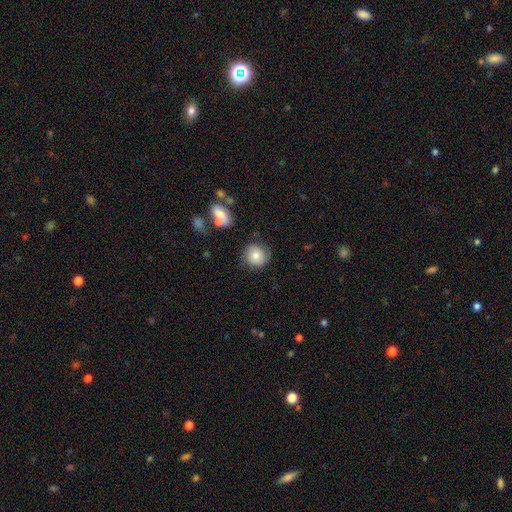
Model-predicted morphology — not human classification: The model was most divided on "smooth or featured": smooth: 74%, featured or disk: 17%, star or artifact: 9%. More confident: how rounded — round (89%); merging — none (76%).